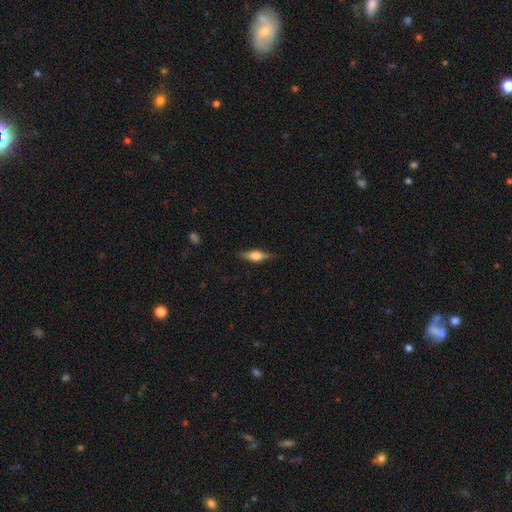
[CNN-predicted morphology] Smooth or featured?
  - featured or disk: 55% *
  - smooth: 38%
  - star or artifact: 7%
Edge-on disk?
  - yes: 95% *
  - no: 5%
Edge-on bulge?
  - rounded: 87% *
  - boxy: 11%
  - none: 2%
Merging?
  - none: 84% *
  - minor disturbance: 12%
  - major disturbance: 3%
  - merger: 1%